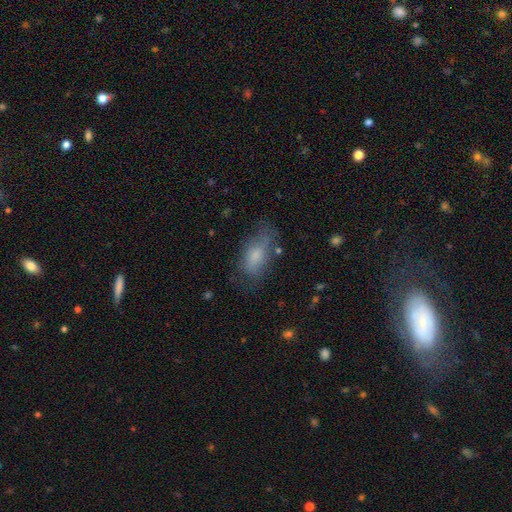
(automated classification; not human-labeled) A smooth galaxy with no disk features (71%) that is in between round and cigar-shaped (88%).

Vote fractions:
- Smooth or featured? smooth: 71% / featured or disk: 21% / star or artifact: 9%
- How rounded? in between: 88% / cigar-shaped: 7% / round: 5%
- Merging? none: 57% / minor disturbance: 27% / major disturbance: 14% / merger: 3%